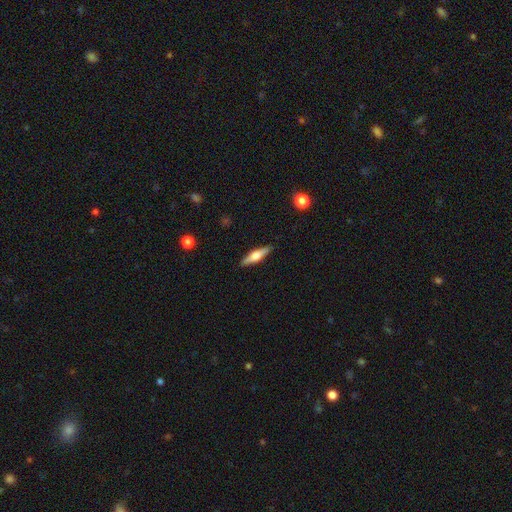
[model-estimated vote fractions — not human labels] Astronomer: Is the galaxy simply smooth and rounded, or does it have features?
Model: featured or disk — 47%, tied with smooth at 47%.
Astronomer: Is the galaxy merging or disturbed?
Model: none — 89%.